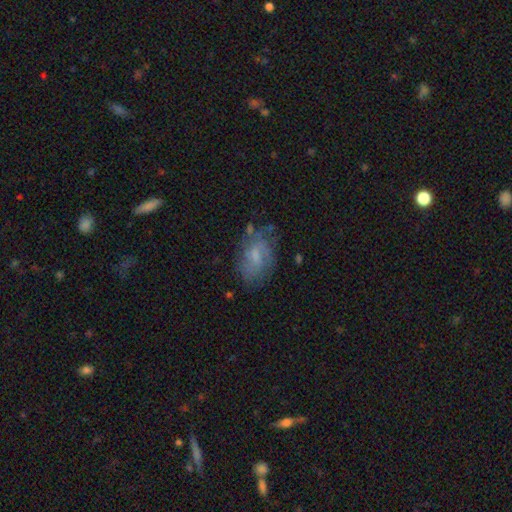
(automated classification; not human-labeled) Smooth or featured: smooth — 46% (featured or disk — 45%)
Merging: none — 59% (minor disturbance — 25%)